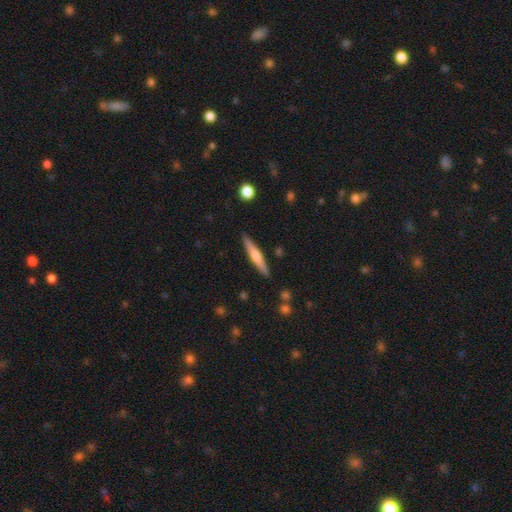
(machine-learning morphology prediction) Smooth or featured? featured or disk (54%)
Edge-on disk? yes (97%)
Edge-on bulge? rounded (80%)
Merging? none (90%)